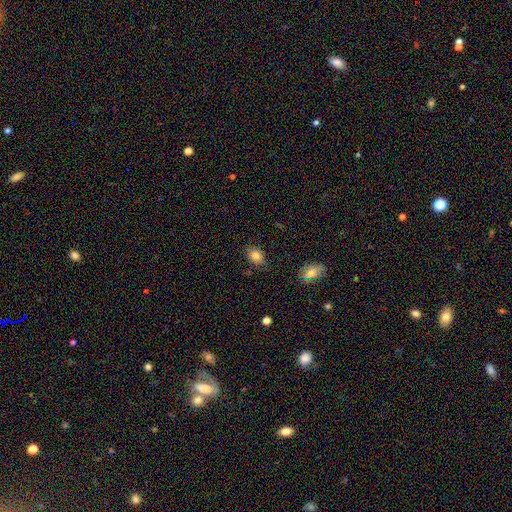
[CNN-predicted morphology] smooth-or-featured: smooth: 82% | star or artifact: 10% | featured or disk: 7%
  how-rounded: in between: 66% | round: 33% | cigar-shaped: 1%
  merging: none: 80% | minor disturbance: 15% | major disturbance: 3% | merger: 2%